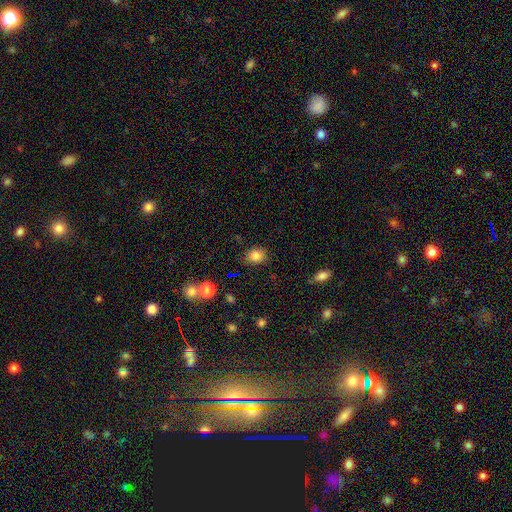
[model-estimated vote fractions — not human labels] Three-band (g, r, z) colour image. It shows a smooth galaxy with no disk features (83%) that is round (52%). Merging: none (82%).